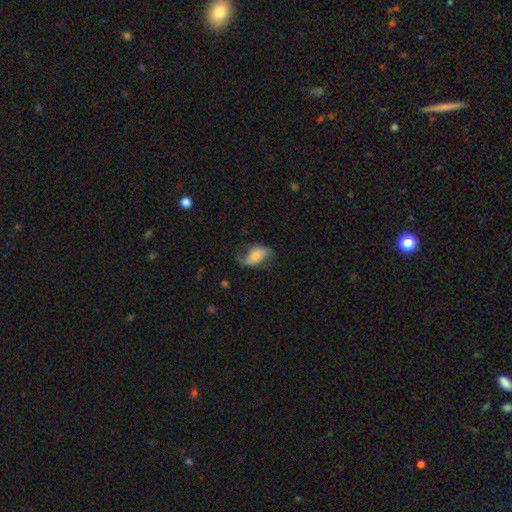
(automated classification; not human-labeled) smooth_or_featured: featured or disk (p=0.60) [alt: smooth p=0.33]
disk_edge_on: no (p=0.94) [alt: yes p=0.06]
bar: no (p=0.48) [alt: weak p=0.33]
has_spiral_arms: yes (p=0.88) [alt: no p=0.12]
bulge_size: moderate (p=0.41) [alt: small p=0.40]
merging: none (p=0.58) [alt: minor disturbance p=0.24]